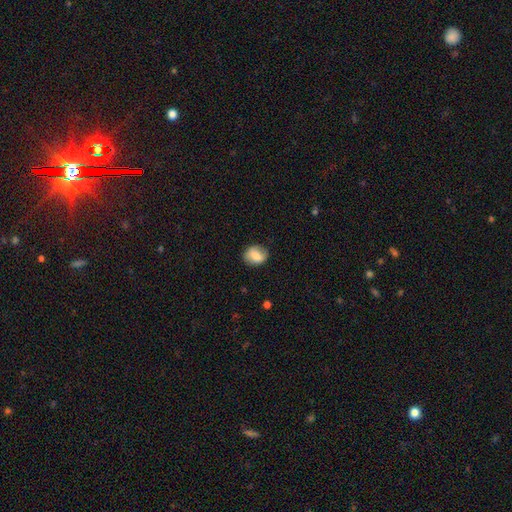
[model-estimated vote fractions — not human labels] Smooth or featured: smooth — 72% (featured or disk — 20%)
How rounded: in between — 52% (round — 47%)
Merging: none — 80% (minor disturbance — 15%)